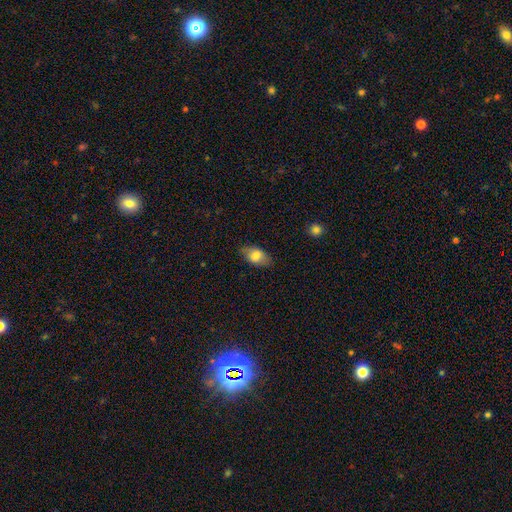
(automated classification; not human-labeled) Morphology: type=smooth (77%); roundness=in between (89%); merging=none (81%).